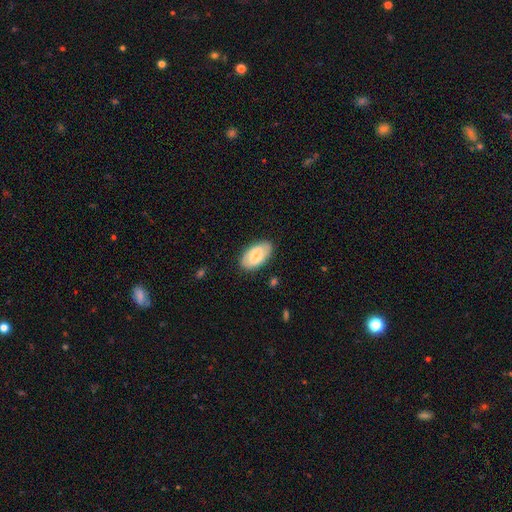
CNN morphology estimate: Smooth or featured?
  - smooth: 56% *
  - featured or disk: 38%
  - star or artifact: 6%
How rounded?
  - in between: 94% *
  - round: 4%
  - cigar-shaped: 2%
Merging?
  - none: 84% *
  - minor disturbance: 12%
  - major disturbance: 3%
  - merger: 1%